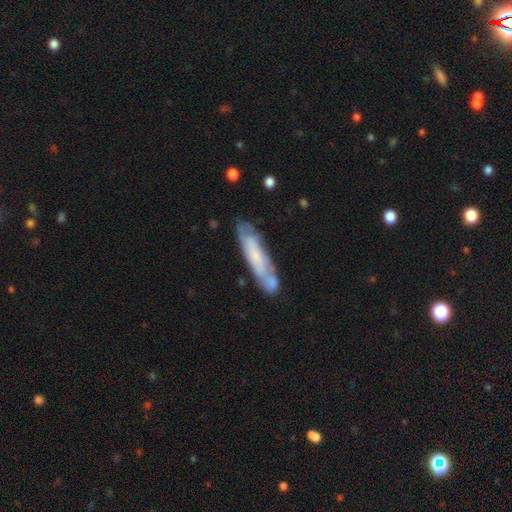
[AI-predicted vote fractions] Overall: smooth (48%; featured or disk 45%). Merging: none (64%).